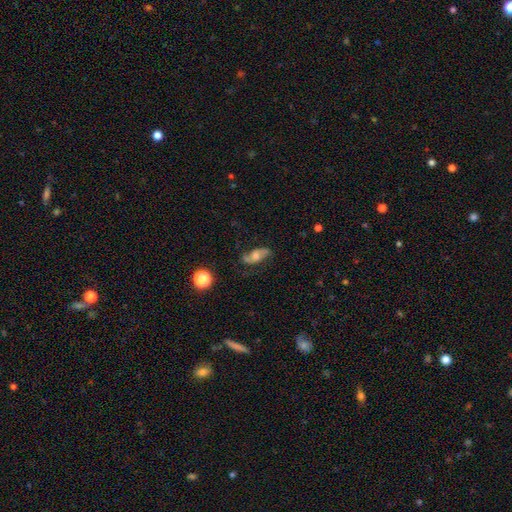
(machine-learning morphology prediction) smooth_or_featured: featured or disk (p=0.49) [alt: smooth p=0.41]
merging: none (p=0.61) [alt: minor disturbance p=0.24]